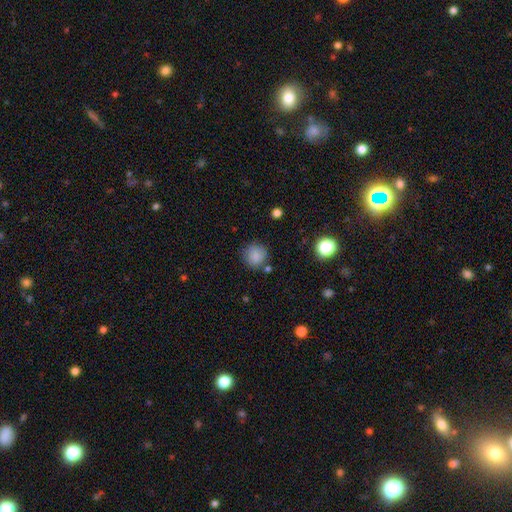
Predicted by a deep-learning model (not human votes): The model was most divided on "merging": none: 82%, minor disturbance: 10%, merger: 4%, major disturbance: 3%. More confident: how rounded — round (92%); smooth or featured — smooth (85%).